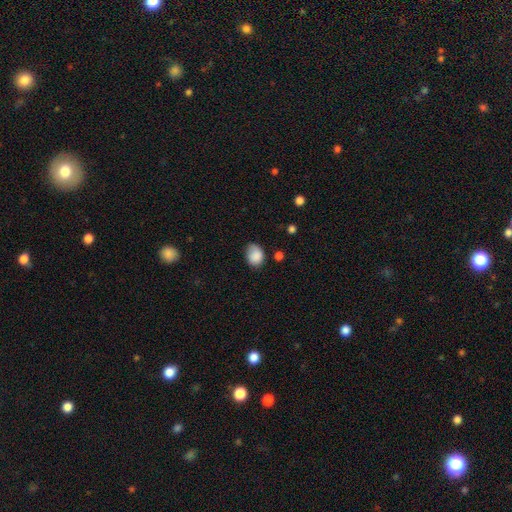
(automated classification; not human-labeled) This is clearly a smooth galaxy (86%). How rounded: possibly in between (57%). Merging: possibly none (59%).